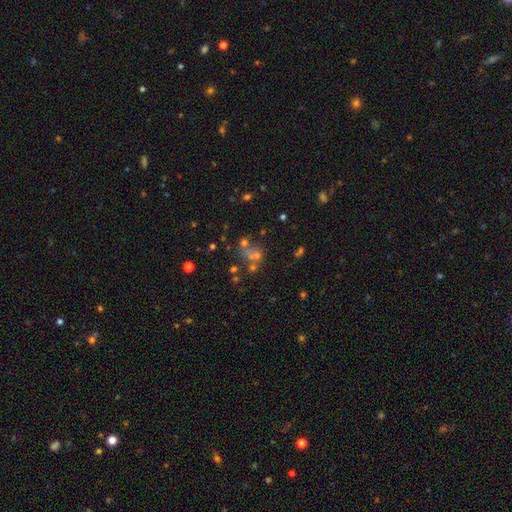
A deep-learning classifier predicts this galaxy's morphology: A smooth galaxy with no disk features (42%). Merging: merger (40%).